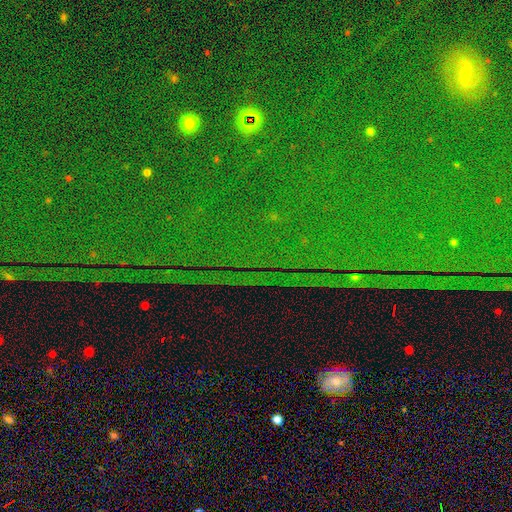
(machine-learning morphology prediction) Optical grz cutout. It shows a star or artifact, not a galaxy (84%).